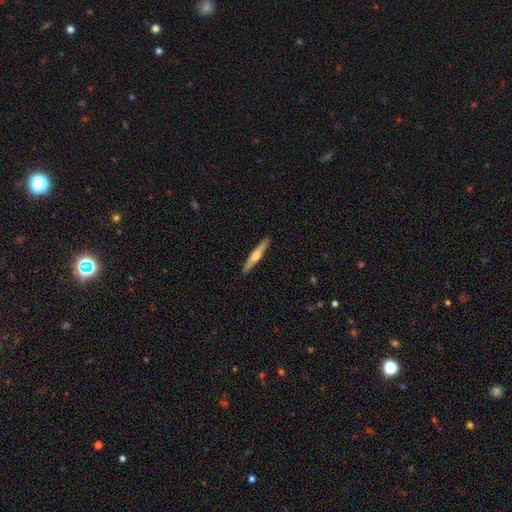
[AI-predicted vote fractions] smooth-or-featured: featured or disk: 58% | smooth: 37% | star or artifact: 5%
  disk-edge-on: yes: 96% | no: 4%
    edge-on-bulge: rounded: 90% | none: 6% | boxy: 3%
  merging: none: 91% | minor disturbance: 7% | major disturbance: 1% | merger: 1%